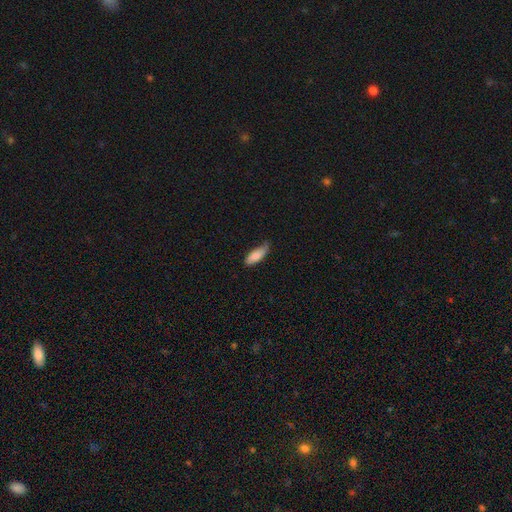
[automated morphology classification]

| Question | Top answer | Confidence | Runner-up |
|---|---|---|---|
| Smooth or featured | smooth | 79% | featured or disk (15%) |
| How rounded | in between | 68% | cigar-shaped (31%) |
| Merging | none | 54% | minor disturbance (38%) |